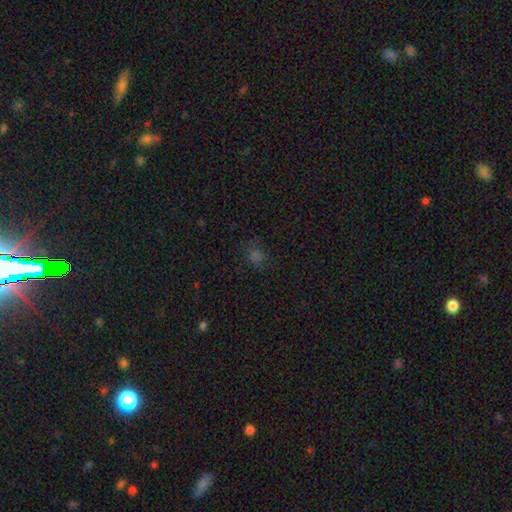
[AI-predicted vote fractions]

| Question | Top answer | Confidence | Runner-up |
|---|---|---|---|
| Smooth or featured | smooth | 60% | star or artifact (33%) |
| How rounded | round | 70% | in between (28%) |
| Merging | none | 77% | minor disturbance (15%) |